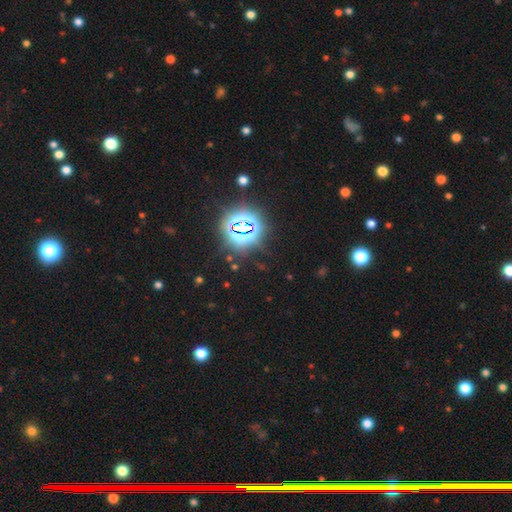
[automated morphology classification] smooth_or_featured: star or artifact (p=0.81) [alt: smooth p=0.12]